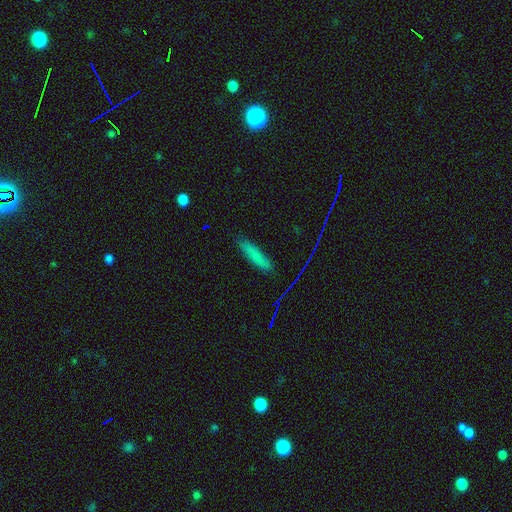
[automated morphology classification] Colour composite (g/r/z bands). It shows a smooth galaxy with no disk features (73%) that is cigar-shaped (84%). Merging: none (84%).